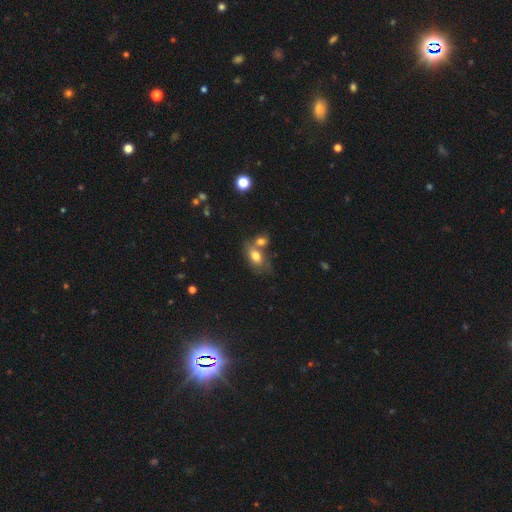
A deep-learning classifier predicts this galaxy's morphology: Q: Smooth or featured?
A: smooth (75%); runner-up: featured or disk (16%)
Q: How rounded?
A: in between (84%); runner-up: round (13%)
Q: Merging?
A: merger (45%); runner-up: none (37%)